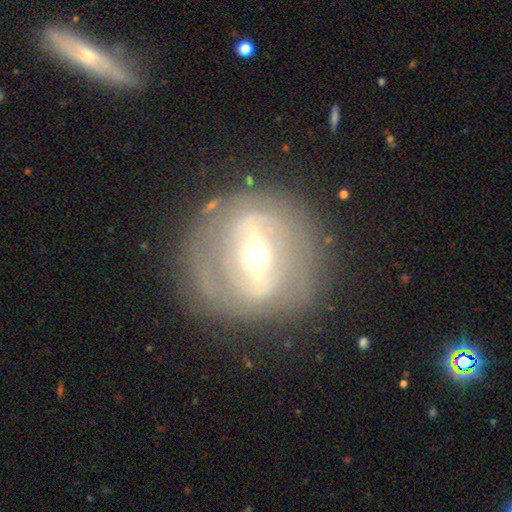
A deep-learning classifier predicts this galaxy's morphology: type=featured or disk (80%); edge-on=no (89%); bar=strong (66%); spiral arms=yes (63%); bulge=moderate (61%); merging=none (78%).